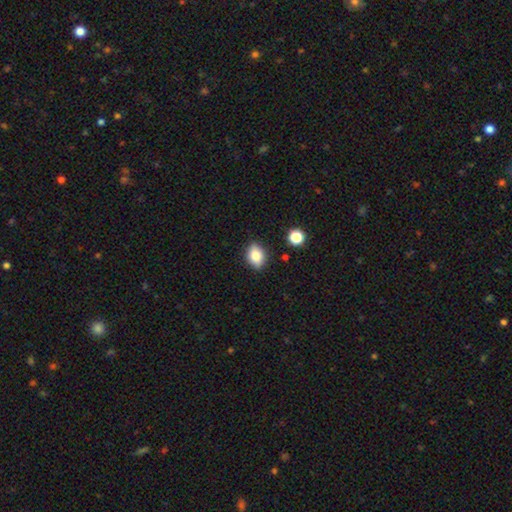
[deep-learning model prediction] The model was most divided on "how rounded": in between: 72%, round: 26%, cigar-shaped: 2%. More confident: merging — none (84%); smooth or featured — smooth (80%).